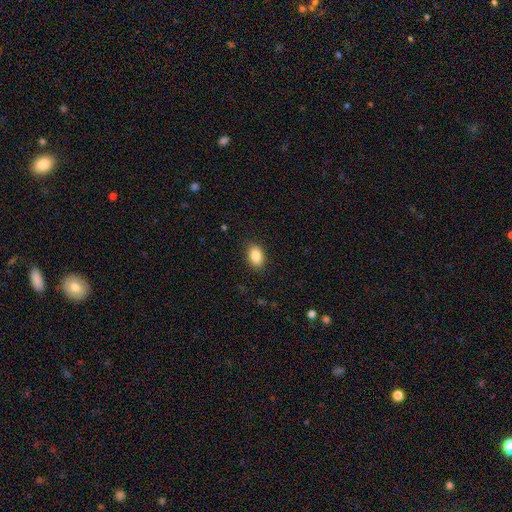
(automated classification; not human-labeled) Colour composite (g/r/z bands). It shows a smooth galaxy with no disk features (87%) that is in between round and cigar-shaped (86%). Merging: none (88%).